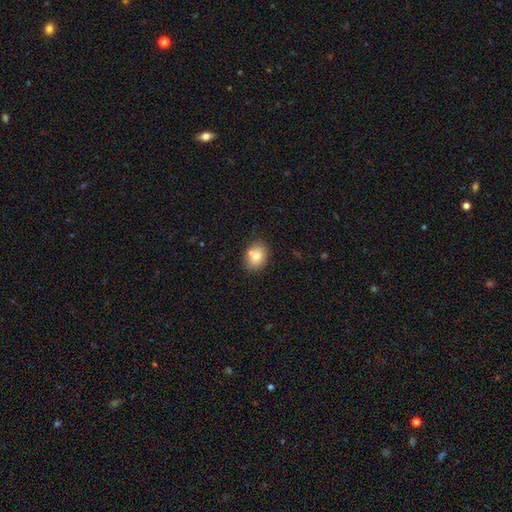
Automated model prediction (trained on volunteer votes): A smooth galaxy with no disk features (76%) that is in between round and cigar-shaped (50%). Merging: none (68%).